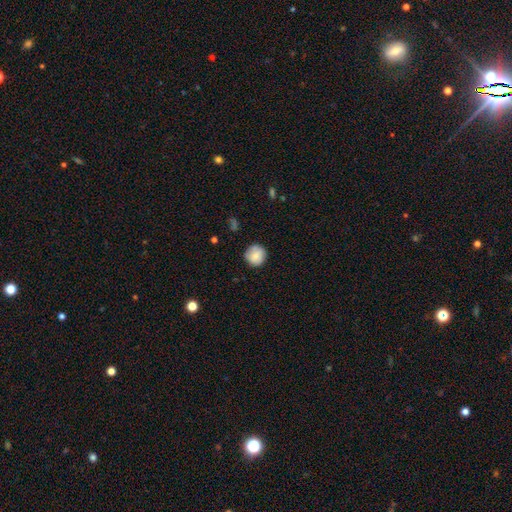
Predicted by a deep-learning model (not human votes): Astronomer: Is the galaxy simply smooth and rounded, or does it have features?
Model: smooth — 82%.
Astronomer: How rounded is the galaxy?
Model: round — 92%.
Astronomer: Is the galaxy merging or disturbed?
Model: none — 83%.